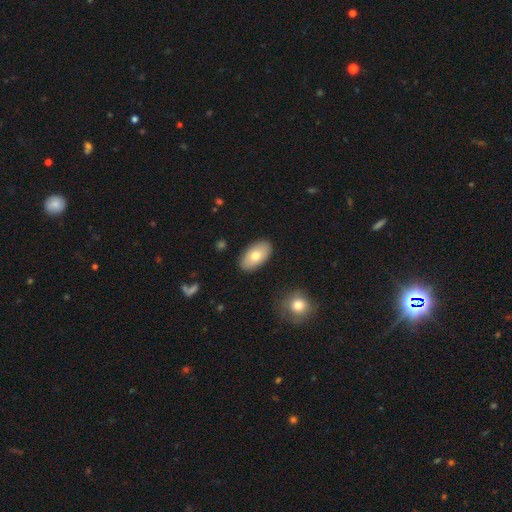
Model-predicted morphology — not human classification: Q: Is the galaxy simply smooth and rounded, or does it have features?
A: smooth — 73%.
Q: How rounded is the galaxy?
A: in between — 95%.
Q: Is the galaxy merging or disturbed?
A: none — 88%.